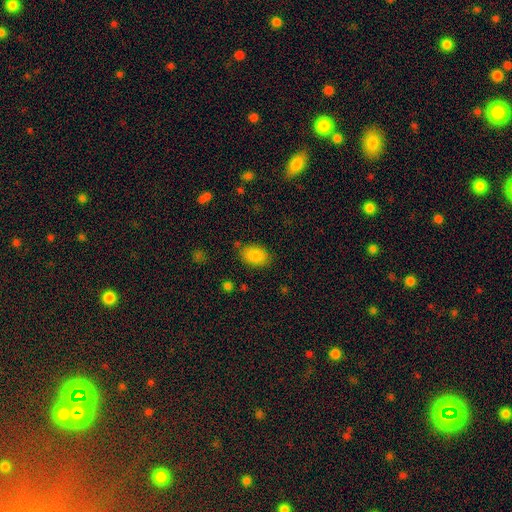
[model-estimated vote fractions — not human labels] smooth-or-featured: smooth: 86% | star or artifact: 8% | featured or disk: 6%
  how-rounded: in between: 86% | round: 13% | cigar-shaped: 1%
  merging: none: 81% | minor disturbance: 13% | major disturbance: 4% | merger: 3%